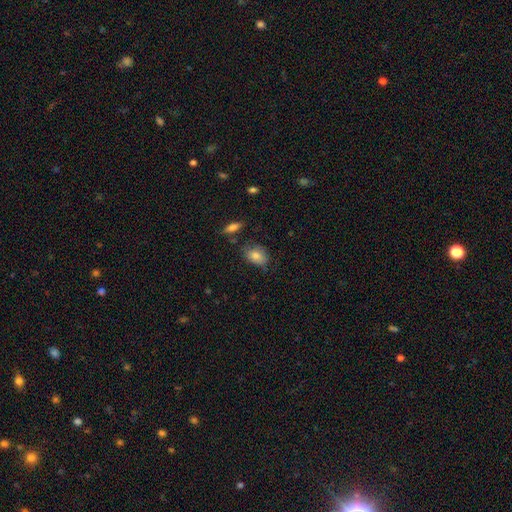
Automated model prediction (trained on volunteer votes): The model was most divided on "merging": none: 63%, minor disturbance: 27%, major disturbance: 6%, merger: 4%. More confident: smooth or featured — smooth (80%); how rounded — in between (78%).